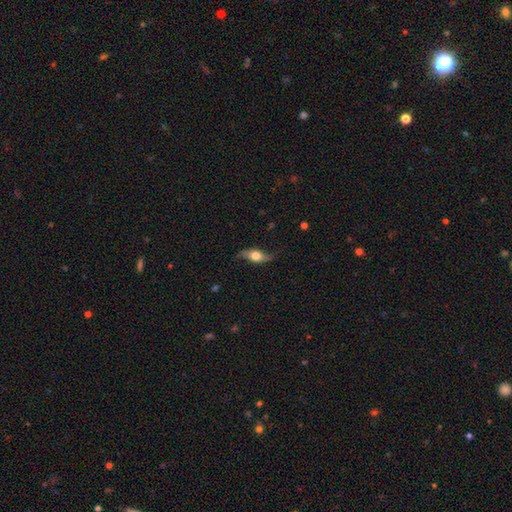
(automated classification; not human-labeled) Q: Smooth or featured?
A: featured or disk (59%); runner-up: smooth (34%)
Q: Edge-on disk?
A: no (66%); runner-up: yes (34%)
Q: Merging?
A: none (70%); runner-up: minor disturbance (20%)